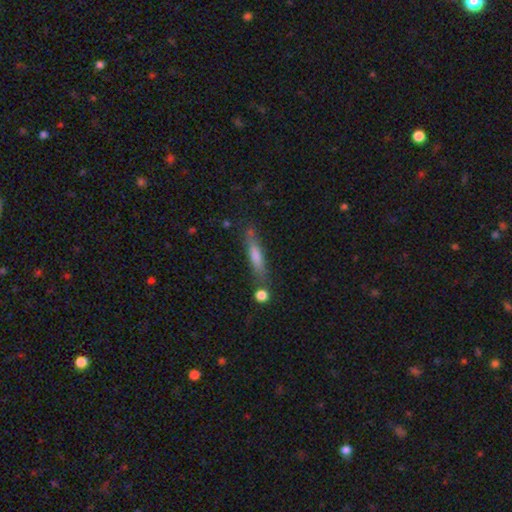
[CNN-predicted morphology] Smooth or featured?
  - smooth: 60% *
  - featured or disk: 32%
  - star or artifact: 8%
How rounded?
  - cigar-shaped: 87% *
  - in between: 11%
  - round: 2%
Merging?
  - none: 72% *
  - minor disturbance: 16%
  - merger: 8%
  - major disturbance: 5%